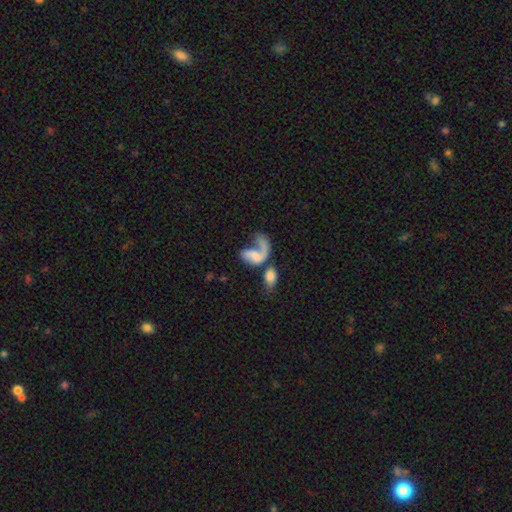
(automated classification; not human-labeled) This appears to be a featured or disk galaxy (57%) with no bar (61%), spiral arms (71%) and no central bulge (53%). Merging: merger (40%).